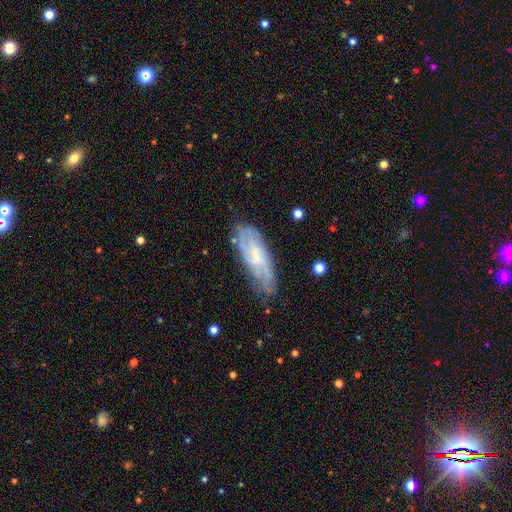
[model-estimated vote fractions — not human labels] featured or disk 66%, smooth 27%, star or artifact 8%. Down the decision tree: edge-on disk — no (82%); bar — no (54%); spiral arms — yes (85%); bulge size — small (45%); merging — none (66%).